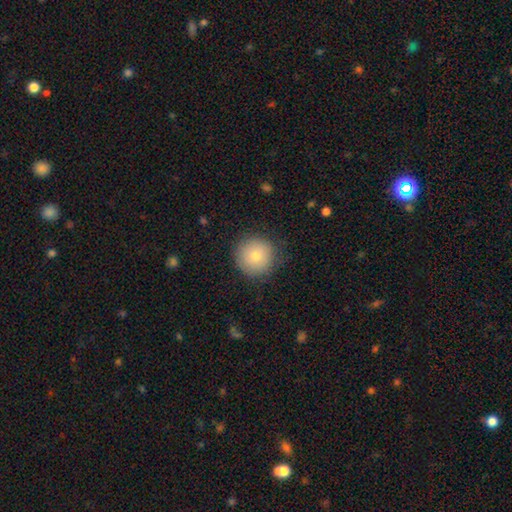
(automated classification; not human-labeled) smooth 77%, featured or disk 14%, star or artifact 10%. Down the decision tree: how rounded — round (95%); merging — none (86%).